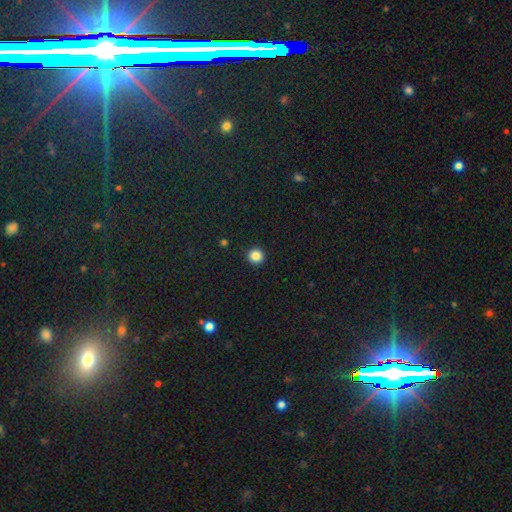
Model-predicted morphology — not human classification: Q: Smooth or featured?
A: smooth (85%); runner-up: star or artifact (11%)
Q: How rounded?
A: round (95%); runner-up: in between (4%)
Q: Merging?
A: none (93%); runner-up: minor disturbance (4%)